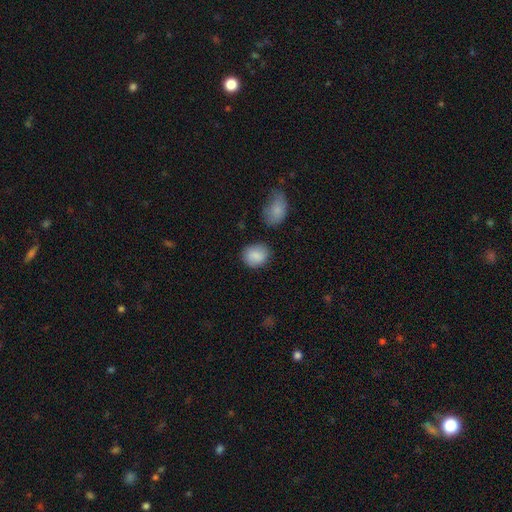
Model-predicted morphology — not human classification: This is clearly a smooth galaxy (86%). How rounded: likely round (65%). Merging: likely none (80%).